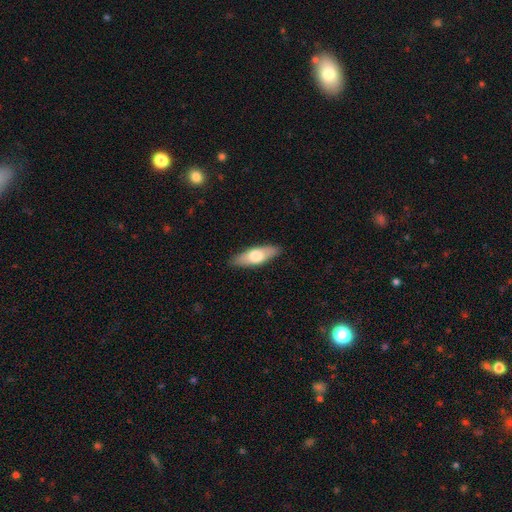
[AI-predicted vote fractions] Overall: smooth (63%; featured or disk 32%). How rounded: in between (62%; cigar-shaped 36%). Merging: none (88%).